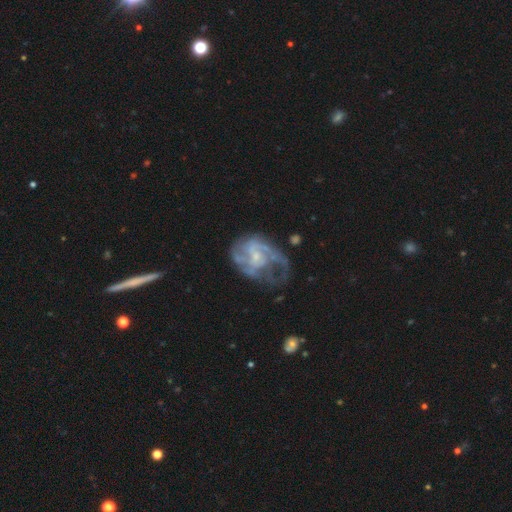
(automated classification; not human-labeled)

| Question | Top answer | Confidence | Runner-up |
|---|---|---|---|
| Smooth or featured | featured or disk | 80% | smooth (13%) |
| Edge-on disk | no | 98% | yes (2%) |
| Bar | no | 62% | weak (33%) |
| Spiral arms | yes | 80% | no (20%) |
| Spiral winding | medium | 44% | tight (32%) |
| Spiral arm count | can't tell | 36% | 2 (33%) |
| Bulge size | small | 59% | moderate (26%) |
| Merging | none | 39% | major disturbance (36%) |